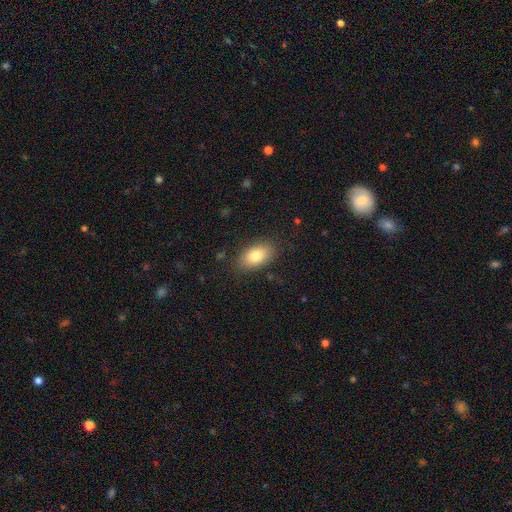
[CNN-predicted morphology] smooth_or_featured: smooth (p=0.80) [alt: featured or disk p=0.13]
how_rounded: in between (p=0.92) [alt: round p=0.06]
merging: none (p=0.84) [alt: minor disturbance p=0.12]